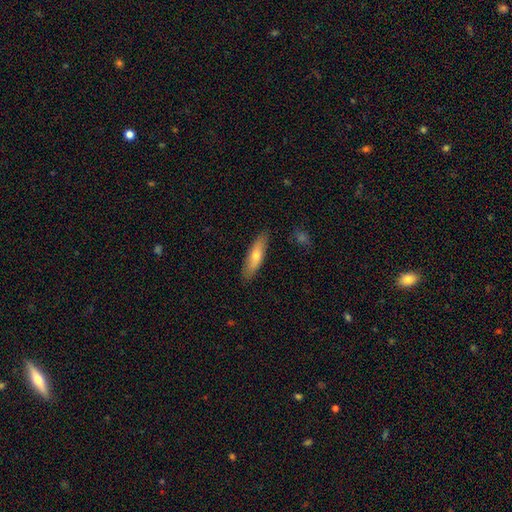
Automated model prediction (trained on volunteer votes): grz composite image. It shows a smooth galaxy with no disk features (64%) that is cigar-shaped (62%). Merging: none (87%).